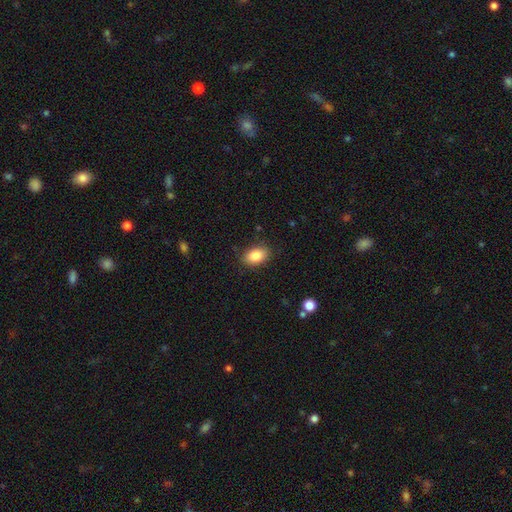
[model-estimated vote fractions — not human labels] Q: Smooth or featured?
A: smooth (86%); runner-up: star or artifact (8%)
Q: How rounded?
A: in between (88%); runner-up: round (10%)
Q: Merging?
A: none (85%); runner-up: minor disturbance (11%)